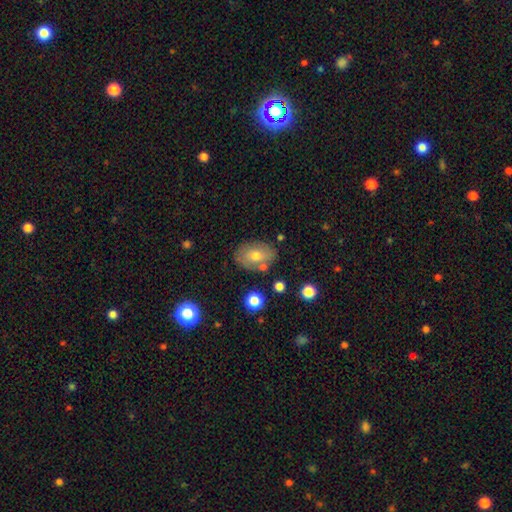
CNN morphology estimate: Q: Smooth or featured?
A: smooth (68%); runner-up: featured or disk (23%)
Q: How rounded?
A: in between (77%); runner-up: round (21%)
Q: Merging?
A: none (73%); runner-up: minor disturbance (16%)